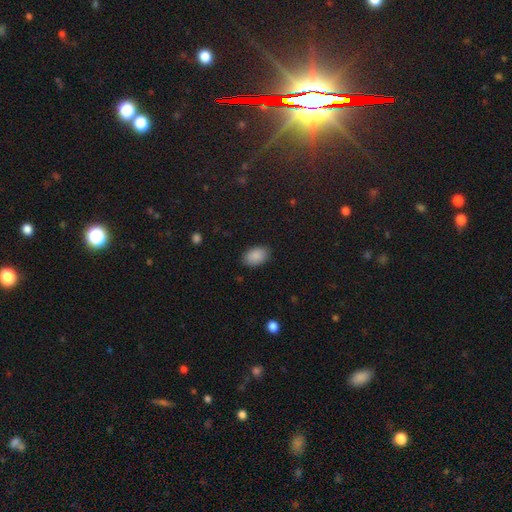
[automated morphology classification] This is clearly a smooth galaxy (89%). How rounded: clearly in between (91%). Merging: clearly none (87%).